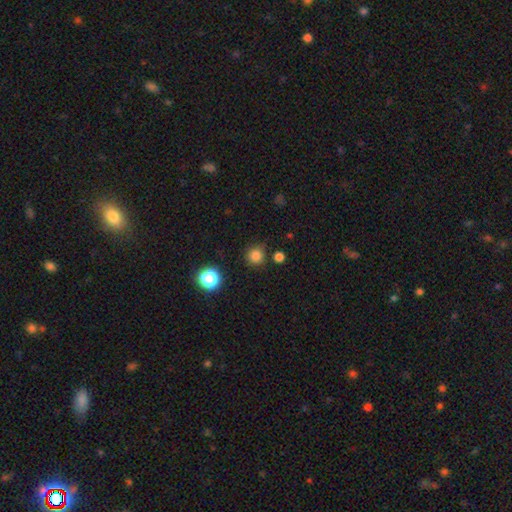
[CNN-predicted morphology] type=smooth (81%); roundness=round (94%); merging=none (83%).